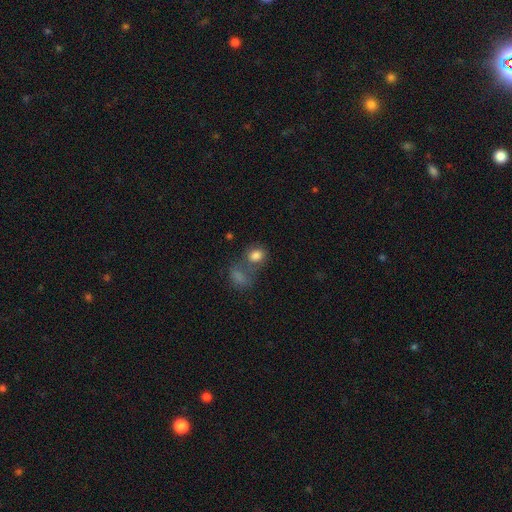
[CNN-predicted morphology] This appears to be a smooth galaxy with no disk features (81%) that is round (51%). Merging: none (42%).